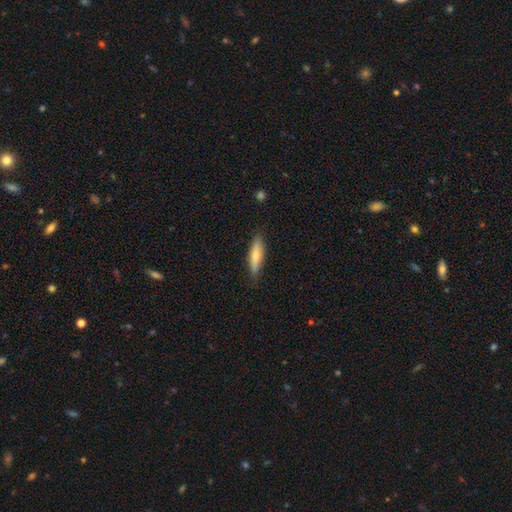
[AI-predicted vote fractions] Smooth or featured: smooth — 68% (featured or disk — 26%)
How rounded: cigar-shaped — 71% (in between — 27%)
Merging: none — 84% (minor disturbance — 12%)